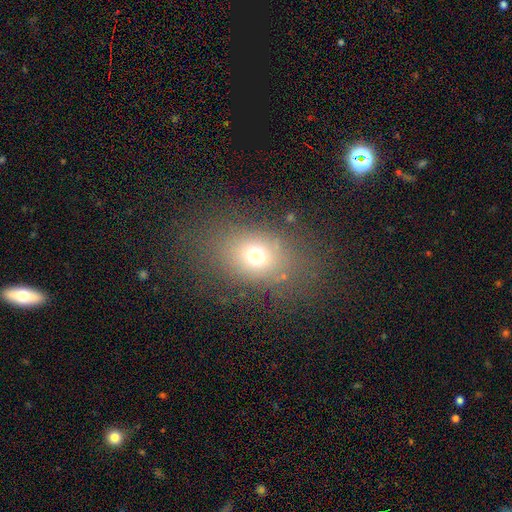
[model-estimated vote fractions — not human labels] A smooth galaxy with no disk features (69%) that is in between round and cigar-shaped (62%). Merging: none (75%).